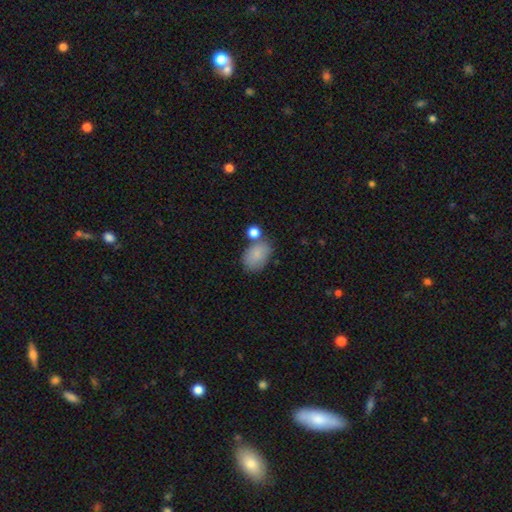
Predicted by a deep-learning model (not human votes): This is clearly a smooth galaxy (83%). How rounded: clearly in between (82%). Merging: possibly none (57%).